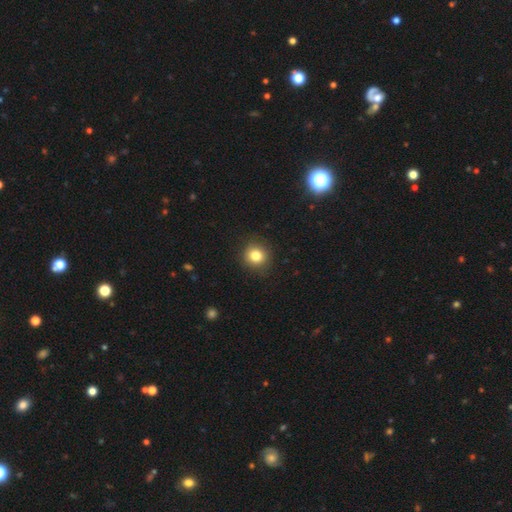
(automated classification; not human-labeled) Smooth or featured?
  - smooth: 82% *
  - star or artifact: 11%
  - featured or disk: 7%
How rounded?
  - round: 89% *
  - in between: 10%
  - cigar-shaped: 1%
Merging?
  - none: 90% *
  - minor disturbance: 7%
  - major disturbance: 2%
  - merger: 1%